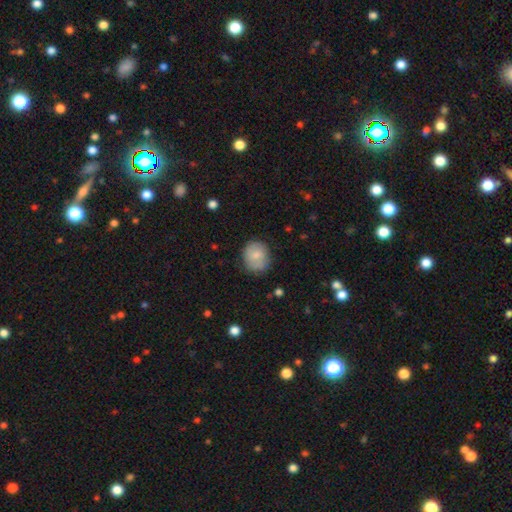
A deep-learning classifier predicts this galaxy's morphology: Q: Smooth or featured?
A: smooth (73%); runner-up: featured or disk (20%)
Q: How rounded?
A: round (71%); runner-up: in between (28%)
Q: Merging?
A: none (72%); runner-up: minor disturbance (20%)